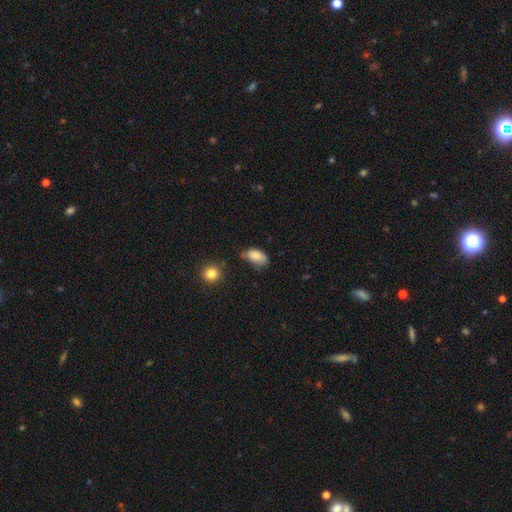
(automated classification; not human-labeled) smooth 81%, featured or disk 10%, star or artifact 9%. Down the decision tree: how rounded — in between (91%); merging — none (46%).